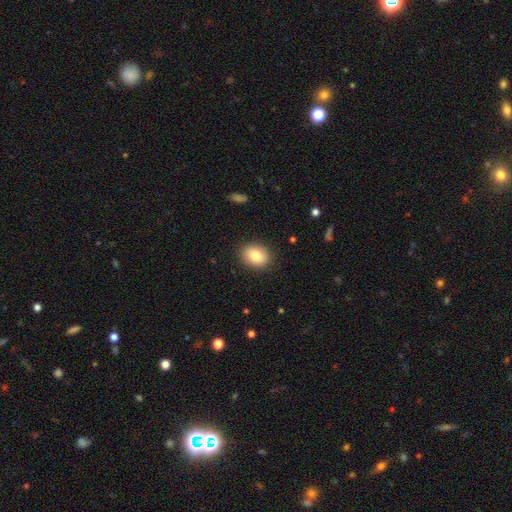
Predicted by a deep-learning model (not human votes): Overall: smooth (82%). How rounded: in between (59%; round 40%). Merging: none (87%).